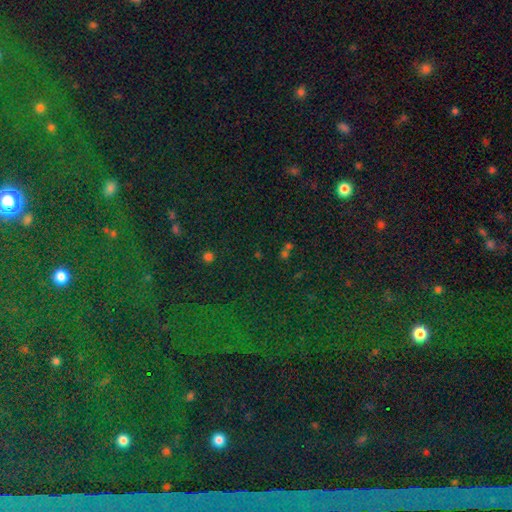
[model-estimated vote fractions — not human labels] Q: Smooth or featured?
A: star or artifact (82%); runner-up: smooth (11%)